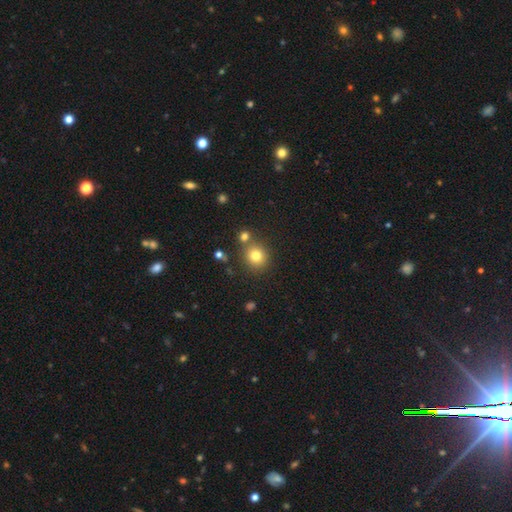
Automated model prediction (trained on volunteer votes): Overall: smooth (78%). How rounded: round (86%). Merging: none (72%).